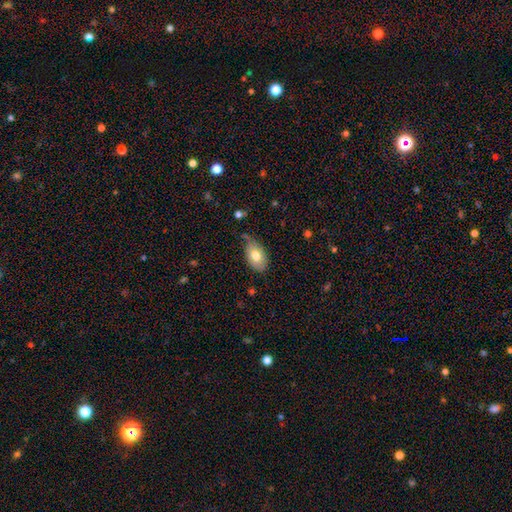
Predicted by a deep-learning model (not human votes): Smooth or featured? smooth (74%)
How rounded? in between (91%)
Merging? none (55%)